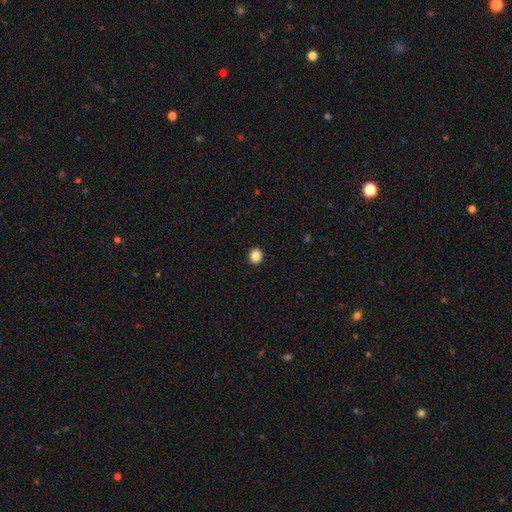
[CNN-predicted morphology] Smooth or featured? smooth (86%)
How rounded? round (85%)
Merging? none (93%)